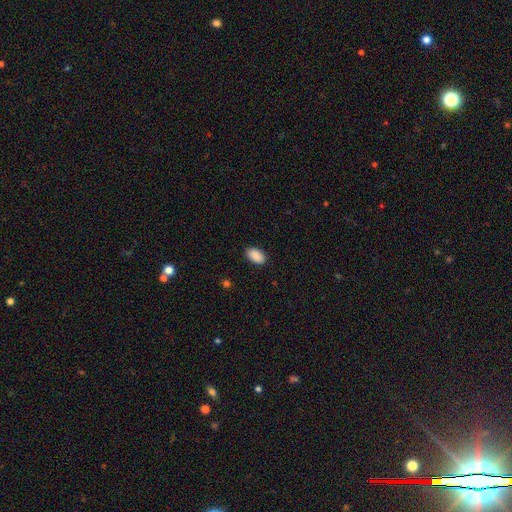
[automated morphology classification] smooth-or-featured: smooth: 90% | star or artifact: 7% | featured or disk: 3%
  how-rounded: in between: 94% | round: 5% | cigar-shaped: 1%
  merging: none: 88% | minor disturbance: 9% | major disturbance: 2% | merger: 1%